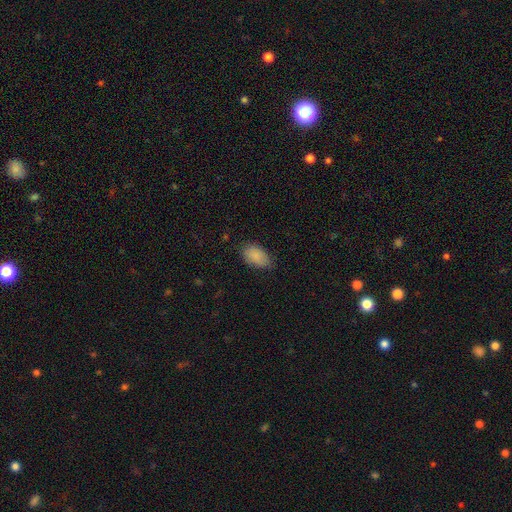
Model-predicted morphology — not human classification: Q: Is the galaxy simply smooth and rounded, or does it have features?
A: smooth — 87%.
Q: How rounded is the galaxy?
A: in between — 92%.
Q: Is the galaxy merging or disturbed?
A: none — 71%.